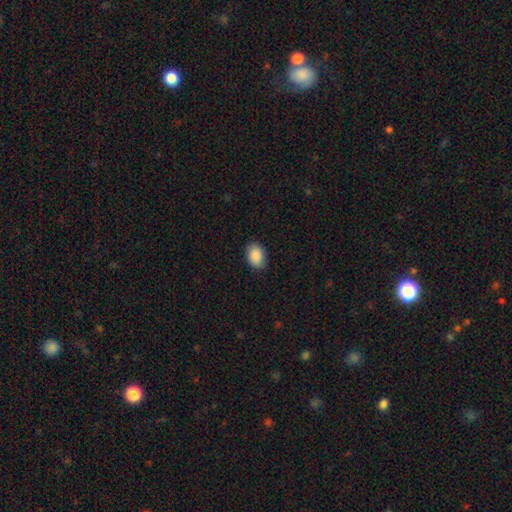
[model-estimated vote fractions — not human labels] Q: Smooth or featured?
A: smooth (90%); runner-up: star or artifact (7%)
Q: How rounded?
A: in between (83%); runner-up: round (16%)
Q: Merging?
A: none (87%); runner-up: minor disturbance (10%)